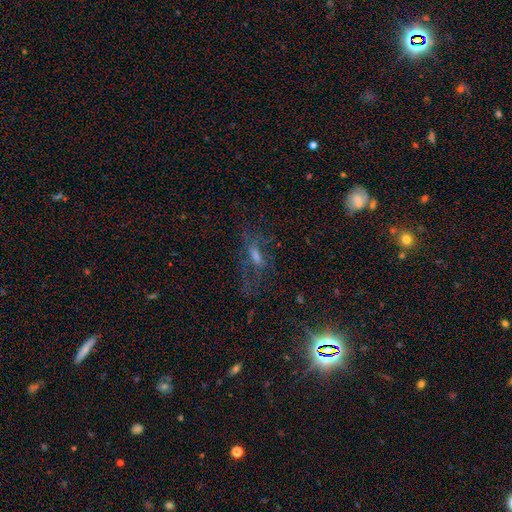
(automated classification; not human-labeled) Smooth or featured?
  - featured or disk: 40% *
  - star or artifact: 34%
  - smooth: 26%
Merging?
  - none: 54% *
  - major disturbance: 25%
  - minor disturbance: 18%
  - merger: 3%